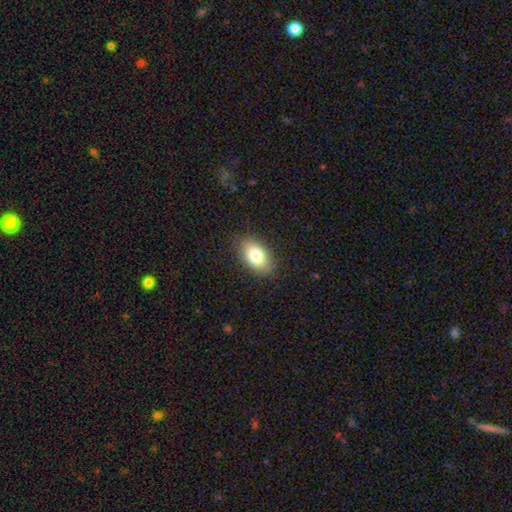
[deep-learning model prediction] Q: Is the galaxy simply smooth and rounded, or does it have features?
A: smooth — 79%.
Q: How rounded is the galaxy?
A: in between — 90%.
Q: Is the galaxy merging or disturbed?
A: none — 85%.